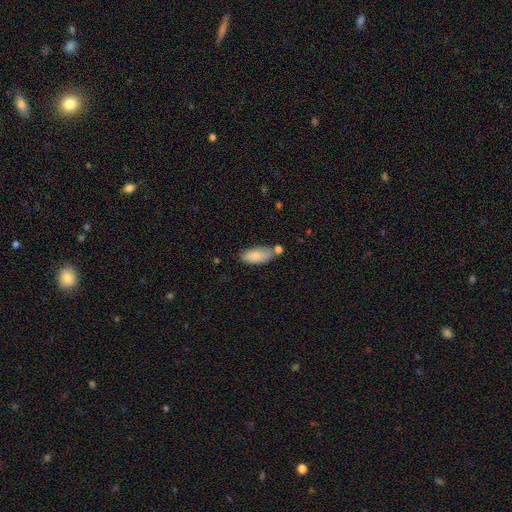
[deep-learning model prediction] A smooth galaxy with no disk features (81%) that is in between round and cigar-shaped (89%). Merging: none (64%).